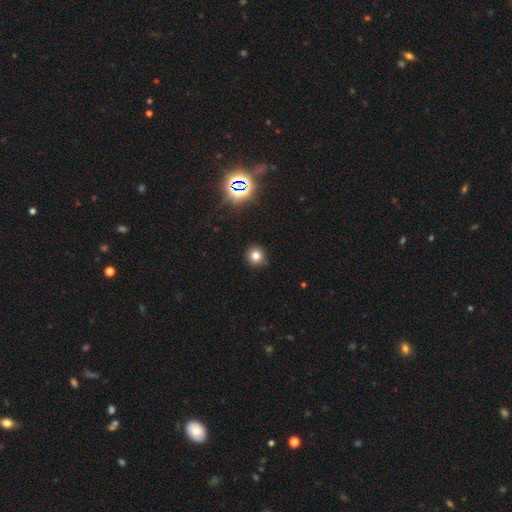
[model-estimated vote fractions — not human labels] Smooth or featured? Predicted: smooth (p=0.76). How rounded? Predicted: round (p=0.91). Merging? Predicted: none (p=0.89).